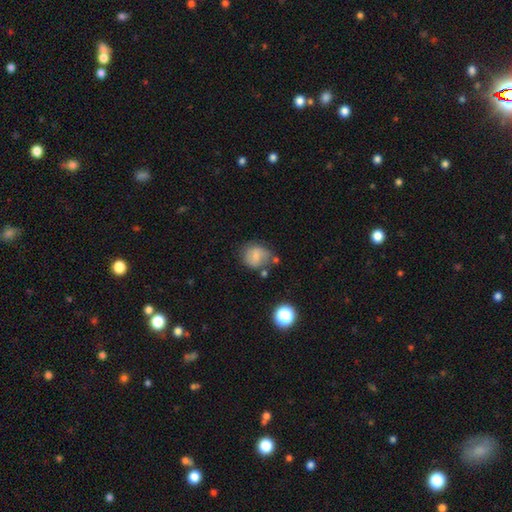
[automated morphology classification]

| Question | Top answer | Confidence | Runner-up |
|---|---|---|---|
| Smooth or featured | smooth | 69% | featured or disk (20%) |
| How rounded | round | 70% | in between (29%) |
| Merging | none | 57% | minor disturbance (26%) |